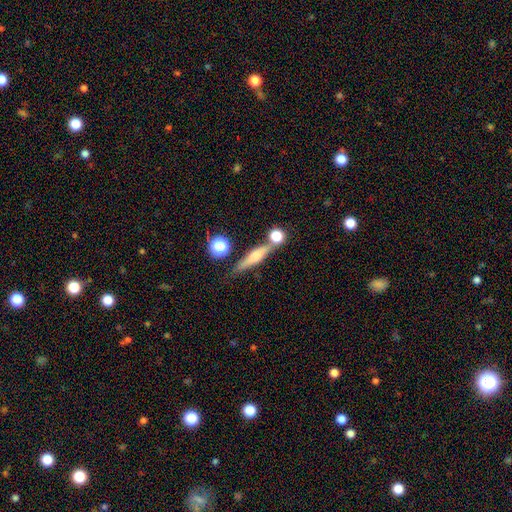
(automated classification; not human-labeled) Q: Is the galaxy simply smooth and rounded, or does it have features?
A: smooth — 46%.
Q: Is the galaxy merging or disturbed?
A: none — 70%.